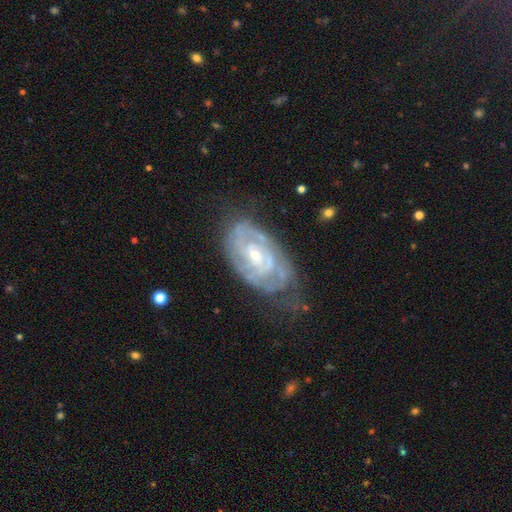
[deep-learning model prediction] smooth-or-featured: featured or disk: 84% | smooth: 11% | star or artifact: 5%
  disk-edge-on: no: 96% | yes: 4%
    bar: no: 51% | weak: 39% | strong: 10%
    has-spiral-arms: yes: 90% | no: 10%
      spiral-winding: tight: 70% | medium: 25% | loose: 6%
      spiral-arm-count: can't tell: 38% | 2: 37% | 3: 12% | 4: 5% | 1: 4% | more than 4: 3%
    bulge-size: small: 63% | moderate: 33% | none: 2% | large: 1% | dominant: 1%
  merging: none: 57% | minor disturbance: 28% | major disturbance: 13% | merger: 2%